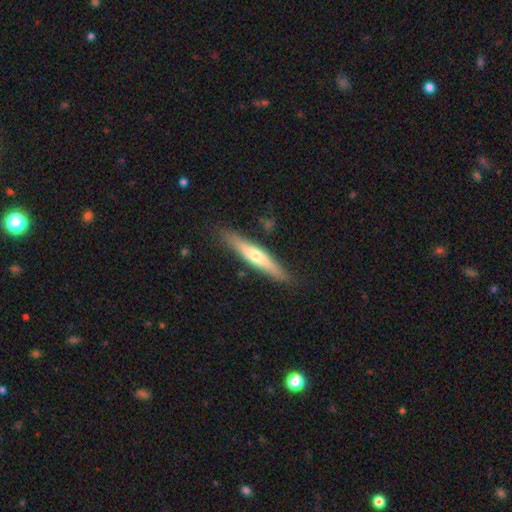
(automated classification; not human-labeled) smooth-or-featured: featured or disk: 55% | smooth: 39% | star or artifact: 6%
  disk-edge-on: yes: 93% | no: 7%
    edge-on-bulge: rounded: 81% | none: 14% | boxy: 5%
  merging: none: 87% | minor disturbance: 9% | major disturbance: 2% | merger: 2%